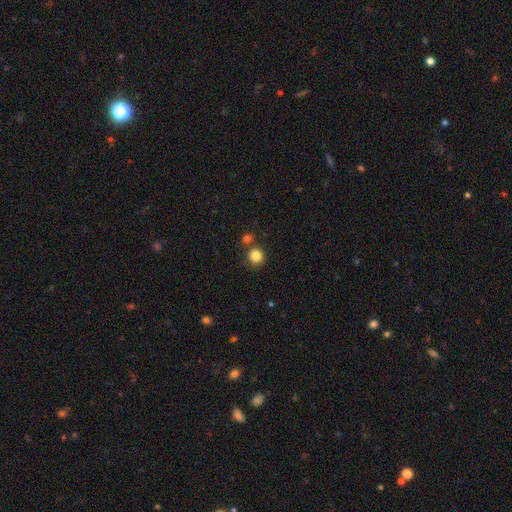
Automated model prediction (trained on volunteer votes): Overall: smooth (84%). How rounded: round (88%). Merging: none (75%).